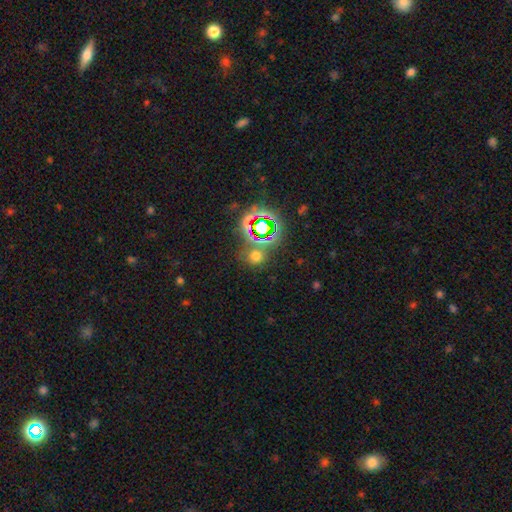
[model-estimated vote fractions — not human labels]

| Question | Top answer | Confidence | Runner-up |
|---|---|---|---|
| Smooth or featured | smooth | 50% | star or artifact (42%) |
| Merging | none | 72% | merger (12%) |